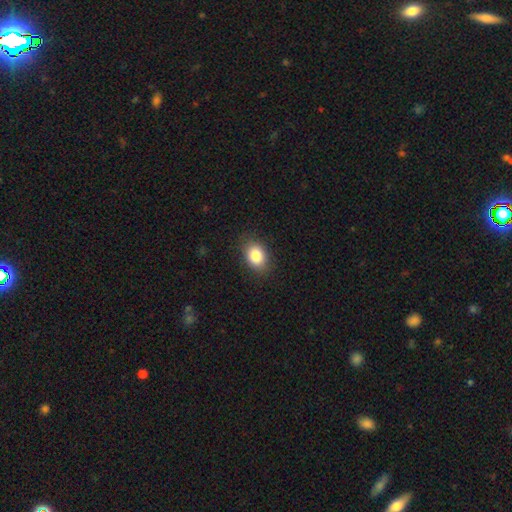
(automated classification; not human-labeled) smooth_or_featured: smooth (p=0.85) [alt: star or artifact p=0.09]
how_rounded: in between (p=0.72) [alt: round p=0.26]
merging: none (p=0.85) [alt: minor disturbance p=0.11]